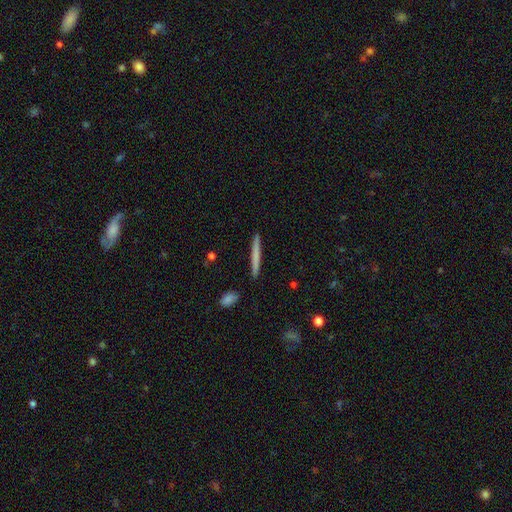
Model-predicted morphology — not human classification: Smooth or featured: smooth — 65% (featured or disk — 30%)
How rounded: cigar-shaped — 97% (in between — 2%)
Merging: none — 91% (minor disturbance — 6%)